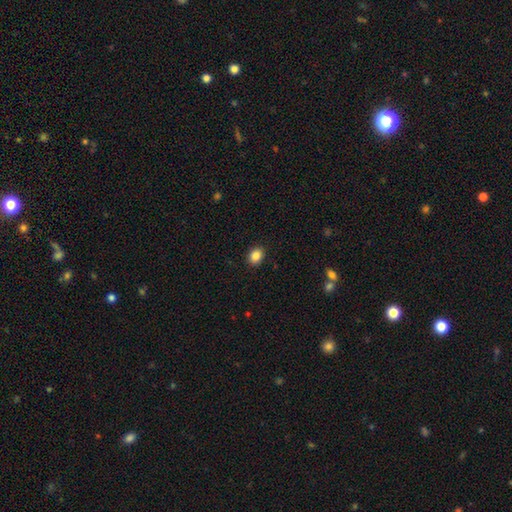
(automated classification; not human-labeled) smooth 86%, star or artifact 10%, featured or disk 4%. Down the decision tree: how rounded — in between (51%); merging — none (90%).